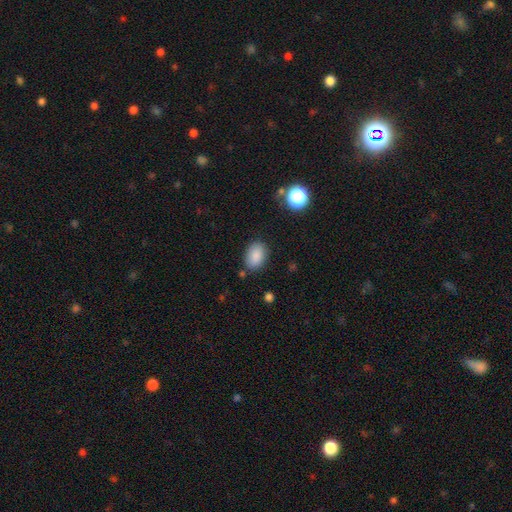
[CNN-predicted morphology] Overall: smooth (87%). How rounded: in between (83%). Merging: none (81%).